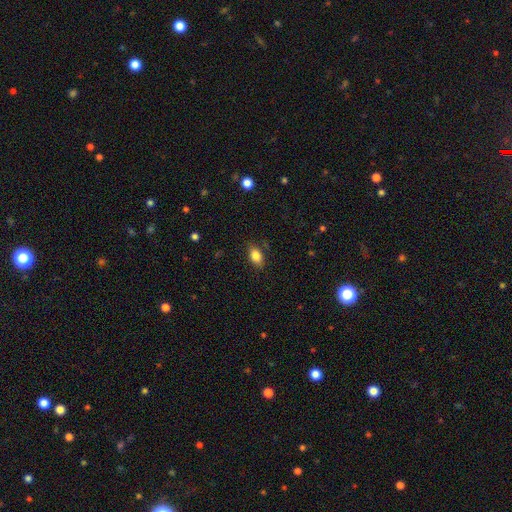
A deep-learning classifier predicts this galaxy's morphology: A smooth galaxy with no disk features (84%) that is in between round and cigar-shaped (87%). Merging: none (82%).